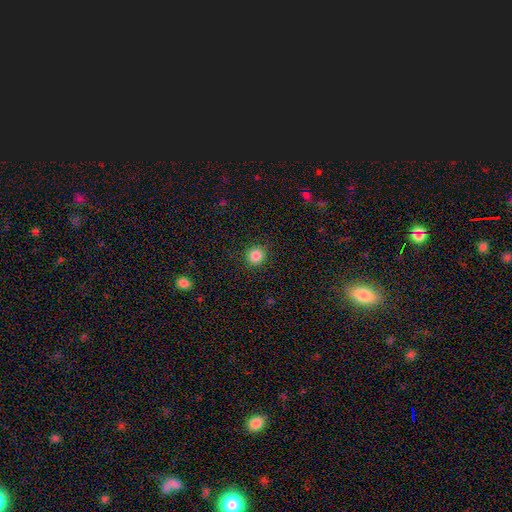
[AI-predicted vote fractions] smooth_or_featured: smooth (p=0.85) [alt: star or artifact p=0.11]
how_rounded: round (p=0.89) [alt: in between p=0.10]
merging: none (p=0.90) [alt: minor disturbance p=0.07]